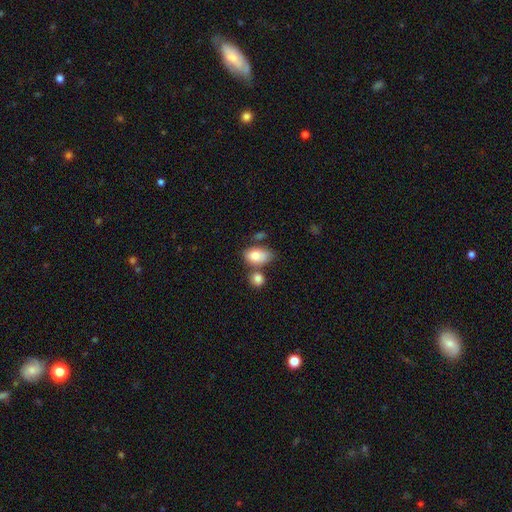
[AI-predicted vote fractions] Smooth or featured? smooth (81%)
How rounded? in between (87%)
Merging? none (47%)